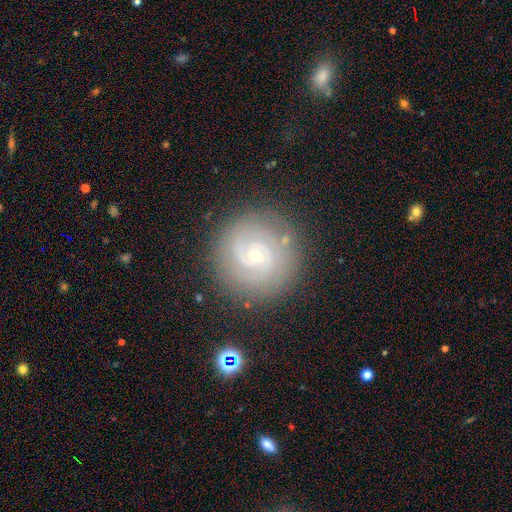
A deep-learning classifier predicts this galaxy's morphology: Q: Smooth or featured?
A: featured or disk (84%); runner-up: smooth (9%)
Q: Edge-on disk?
A: no (98%); runner-up: yes (2%)
Q: Bar?
A: no (65%); runner-up: weak (28%)
Q: Spiral arms?
A: yes (96%); runner-up: no (4%)
Q: Spiral winding?
A: tight (73%); runner-up: medium (23%)
Q: Spiral arm count?
A: 2 (64%); runner-up: 3 (14%)
Q: Bulge size?
A: small (71%); runner-up: moderate (26%)
Q: Merging?
A: none (85%); runner-up: minor disturbance (10%)